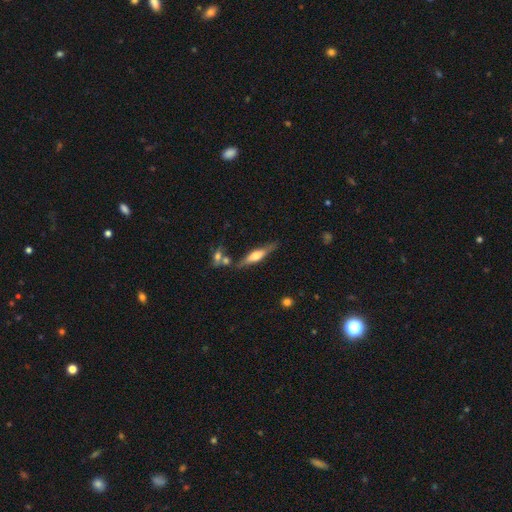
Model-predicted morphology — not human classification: A featured or disk galaxy (61%) viewed edge-on (94%) with a rounded central bulge (79%). Merging: none (75%).